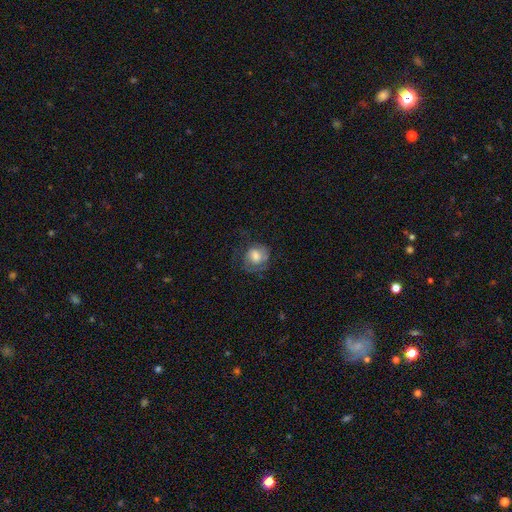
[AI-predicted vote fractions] Q: Smooth or featured?
A: smooth (52%); runner-up: featured or disk (39%)
Q: How rounded?
A: round (66%); runner-up: in between (33%)
Q: Merging?
A: none (55%); runner-up: minor disturbance (24%)